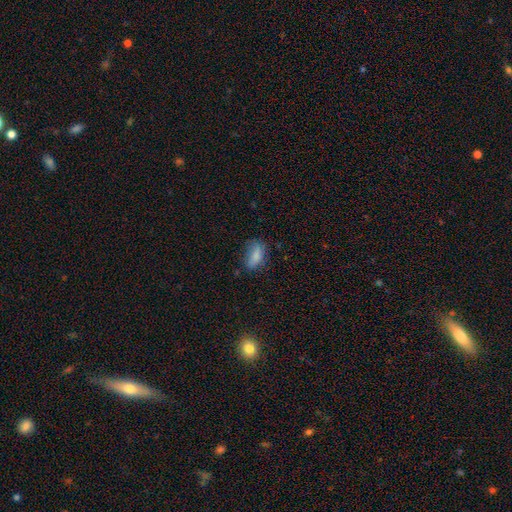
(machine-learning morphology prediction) A smooth galaxy with no disk features (77%) that is in between round and cigar-shaped (84%).

Vote fractions:
- Smooth or featured? smooth: 77% / featured or disk: 13% / star or artifact: 10%
- How rounded? in between: 84% / cigar-shaped: 10% / round: 5%
- Merging? none: 54% / minor disturbance: 29% / major disturbance: 14% / merger: 3%